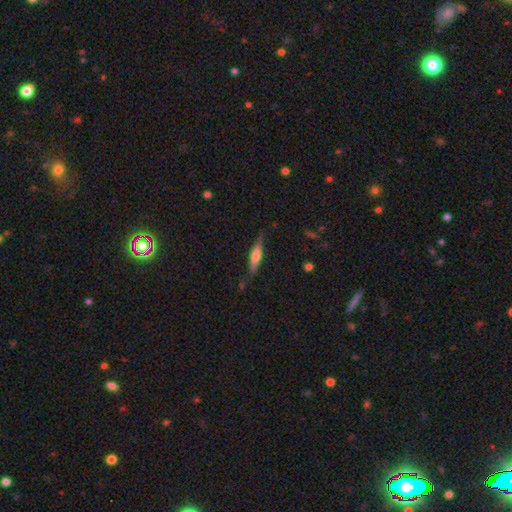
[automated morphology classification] Smooth or featured?
  - smooth: 49% *
  - featured or disk: 44%
  - star or artifact: 6%
Merging?
  - none: 78% *
  - minor disturbance: 16%
  - major disturbance: 4%
  - merger: 2%